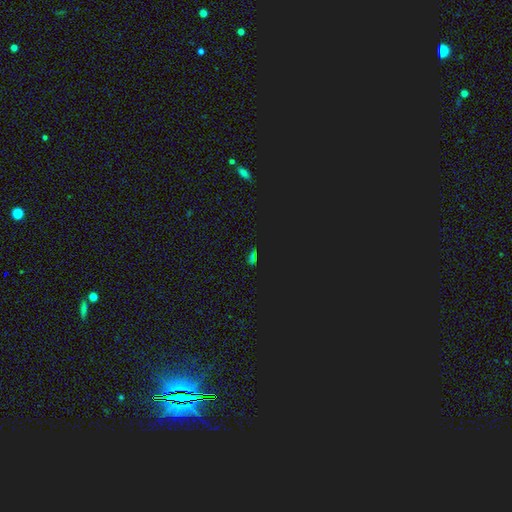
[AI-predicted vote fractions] Morphology: type=star or artifact (57%).